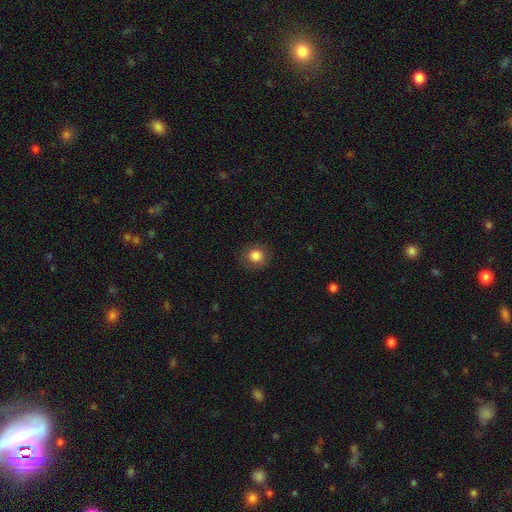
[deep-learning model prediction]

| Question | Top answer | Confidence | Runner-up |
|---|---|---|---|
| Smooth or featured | smooth | 83% | star or artifact (10%) |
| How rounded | round | 84% | in between (15%) |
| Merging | none | 86% | minor disturbance (9%) |